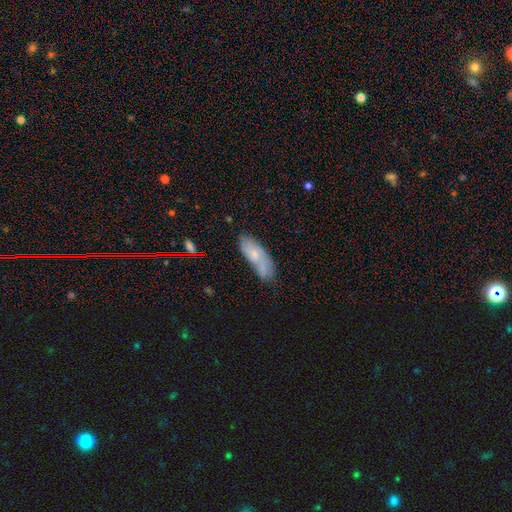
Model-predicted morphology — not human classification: Overall: smooth (56%; featured or disk 34%). How rounded: in between (69%; cigar-shaped 29%). Merging: none (52%; minor disturbance 28%).